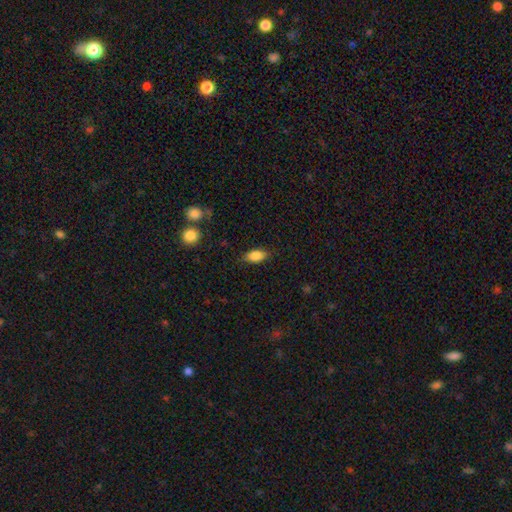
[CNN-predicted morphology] This is clearly a smooth galaxy (83%). How rounded: clearly in between (86%). Merging: clearly none (83%).